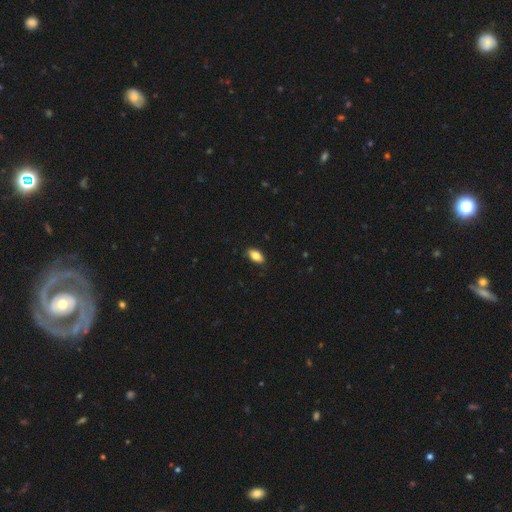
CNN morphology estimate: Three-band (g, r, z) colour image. It shows a smooth galaxy with no disk features (82%) that is in between round and cigar-shaped (91%). Merging: none (87%).